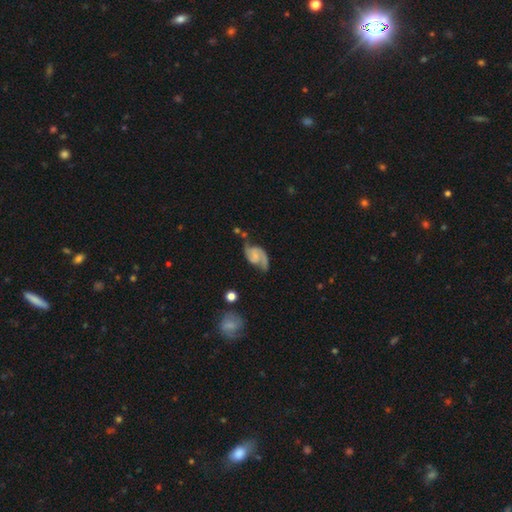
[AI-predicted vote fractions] This is clearly a featured or disk galaxy (82%). It is clearly not viewed edge-on (97%). Bar: possibly no (52%). Spiral arm pattern: clearly yes (96%). Spiral arm count: clearly 2 (89%). Spiral winding: possibly medium (48%). Central bulge: marginally small (41%). Merging: possibly none (58%).